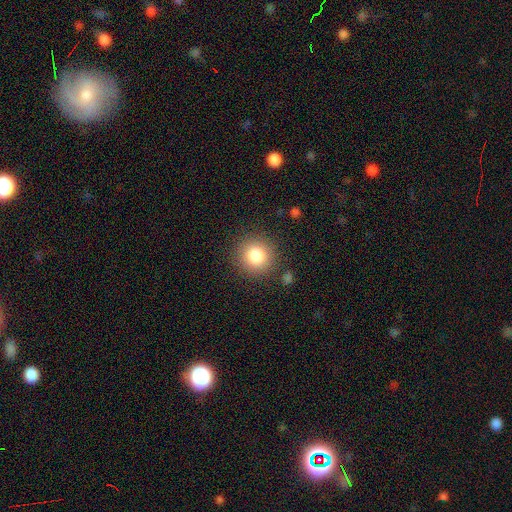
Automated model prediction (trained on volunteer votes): This appears to be a smooth galaxy with no disk features (83%) that is round (94%). Merging: none (87%).